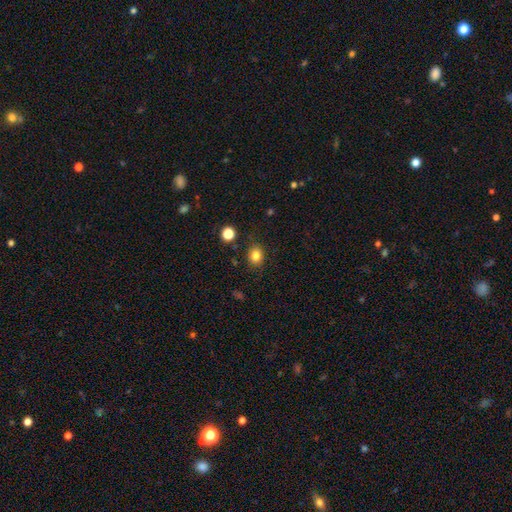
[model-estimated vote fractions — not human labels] Smooth or featured?
  - smooth: 83% *
  - star or artifact: 12%
  - featured or disk: 6%
How rounded?
  - round: 64% *
  - in between: 35%
  - cigar-shaped: 1%
Merging?
  - none: 85% *
  - minor disturbance: 10%
  - major disturbance: 3%
  - merger: 2%